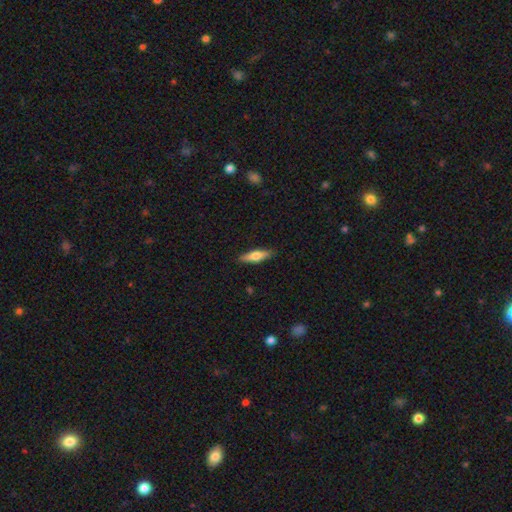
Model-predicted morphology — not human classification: Smooth or featured? Predicted: smooth (p=0.58). How rounded? Predicted: cigar-shaped (p=0.67). Merging? Predicted: none (p=0.88).